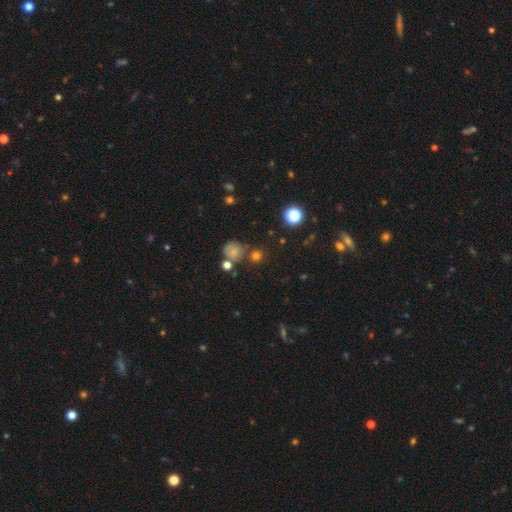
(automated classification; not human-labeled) Smooth or featured?
  - smooth: 53% *
  - star or artifact: 35%
  - featured or disk: 12%
How rounded?
  - round: 90% *
  - in between: 9%
  - cigar-shaped: 1%
Merging?
  - none: 73% *
  - merger: 11%
  - minor disturbance: 11%
  - major disturbance: 4%